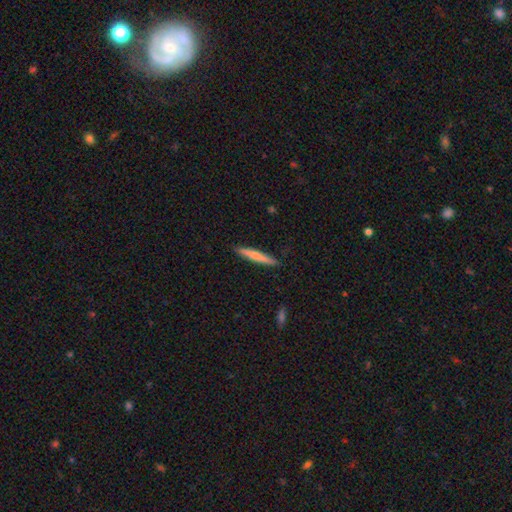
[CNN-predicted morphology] Smooth or featured? smooth (60%)
How rounded? cigar-shaped (94%)
Merging? none (90%)